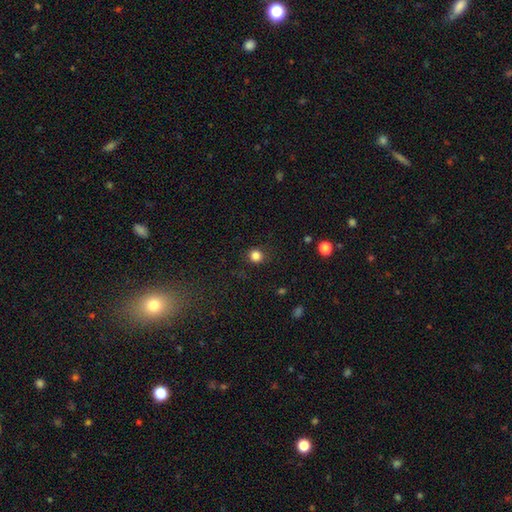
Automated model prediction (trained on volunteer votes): Q: Smooth or featured?
A: smooth (83%); runner-up: star or artifact (13%)
Q: How rounded?
A: round (88%); runner-up: in between (11%)
Q: Merging?
A: none (86%); runner-up: minor disturbance (10%)